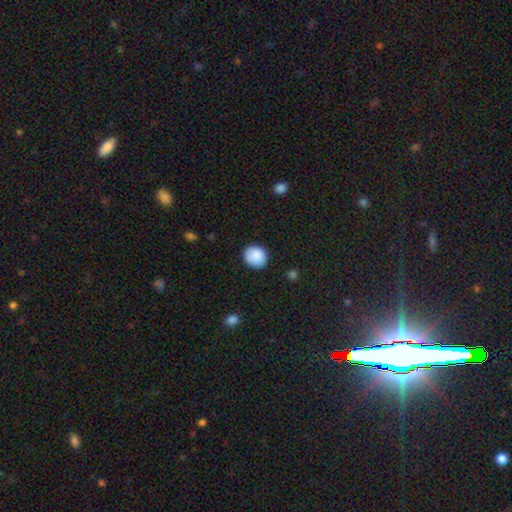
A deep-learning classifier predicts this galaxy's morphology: The model was most divided on "how rounded": round: 69%, in between: 30%, cigar-shaped: 1%. More confident: smooth or featured — smooth (88%); merging — none (83%).